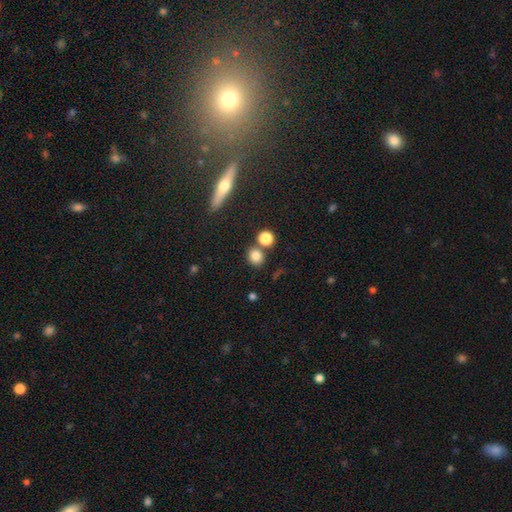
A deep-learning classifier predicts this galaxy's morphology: Smooth or featured: smooth — 81% (star or artifact — 13%)
How rounded: round — 79% (in between — 19%)
Merging: none — 71% (merger — 17%)